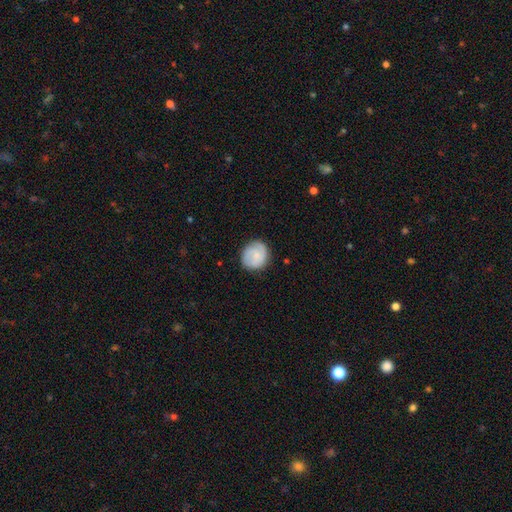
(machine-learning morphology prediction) Smooth or featured: smooth — 58% (featured or disk — 35%)
How rounded: round — 87% (in between — 12%)
Merging: none — 82% (minor disturbance — 14%)